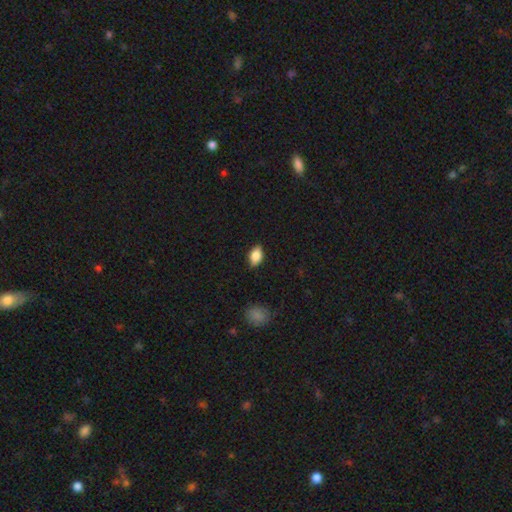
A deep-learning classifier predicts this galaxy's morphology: Overall: smooth (80%). How rounded: in between (86%). Merging: none (83%).